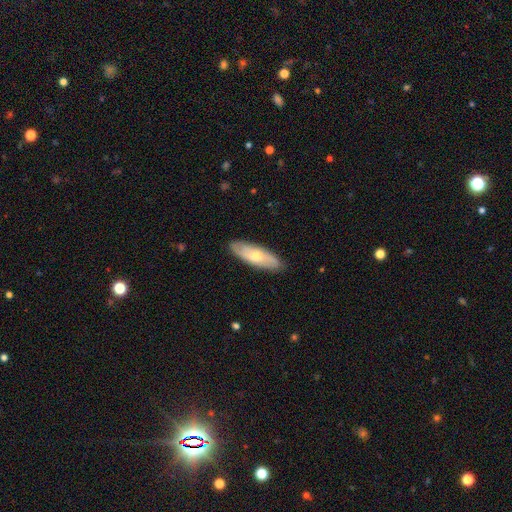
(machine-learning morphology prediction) Overall: smooth (53%; featured or disk 41%). How rounded: in between (54%; cigar-shaped 44%). Merging: none (87%).